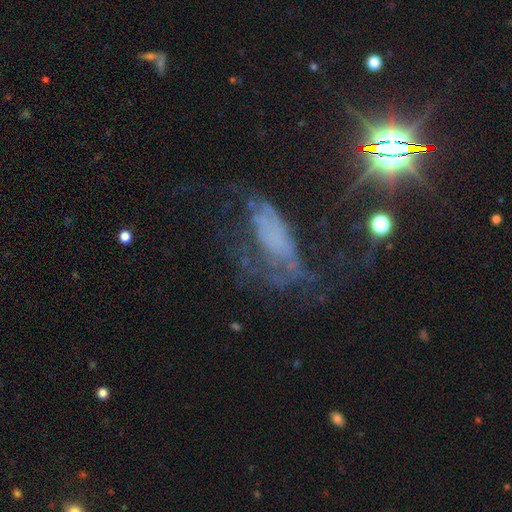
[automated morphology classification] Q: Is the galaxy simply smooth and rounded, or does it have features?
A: featured or disk — 47%.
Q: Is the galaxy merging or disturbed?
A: major disturbance — 39%.